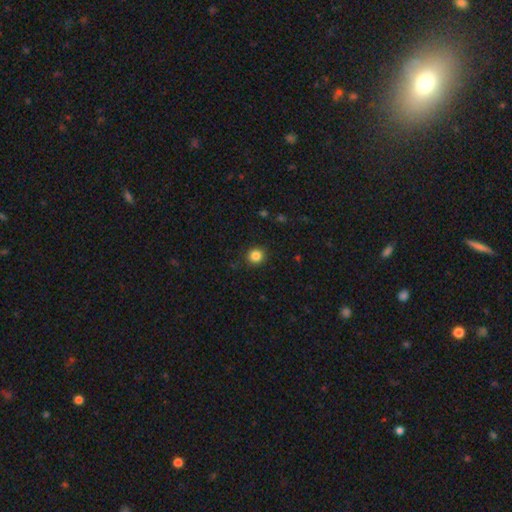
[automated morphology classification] A smooth galaxy with no disk features (85%) that is round (92%).

Vote fractions:
- Smooth or featured? smooth: 85% / star or artifact: 11% / featured or disk: 4%
- How rounded? round: 92% / in between: 7% / cigar-shaped: 1%
- Merging? none: 92% / minor disturbance: 6% / major disturbance: 2% / merger: 1%